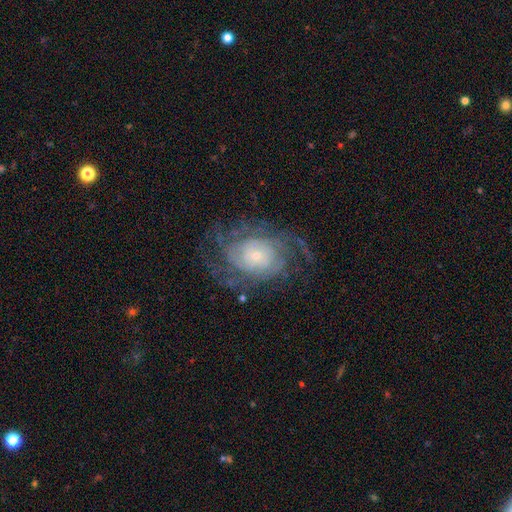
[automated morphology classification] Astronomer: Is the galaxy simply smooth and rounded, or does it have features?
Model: featured or disk — 84%.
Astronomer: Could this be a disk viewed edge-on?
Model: no — 97%.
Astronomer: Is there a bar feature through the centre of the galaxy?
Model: no — 76%.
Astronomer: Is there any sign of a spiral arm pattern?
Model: yes — 94%.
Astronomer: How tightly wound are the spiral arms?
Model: tight — 59%.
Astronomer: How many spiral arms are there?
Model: can't tell — 35% (runner-up: 4, 17%).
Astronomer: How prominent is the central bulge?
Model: small — 73%.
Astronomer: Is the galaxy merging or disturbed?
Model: none — 70%.